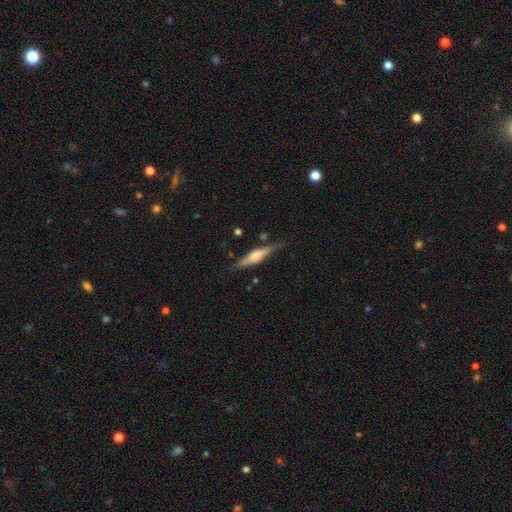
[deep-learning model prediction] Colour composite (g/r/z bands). It shows a featured or disk galaxy (60%) viewed edge-on (95%) with a rounded central bulge (76%). Merging: none (79%).